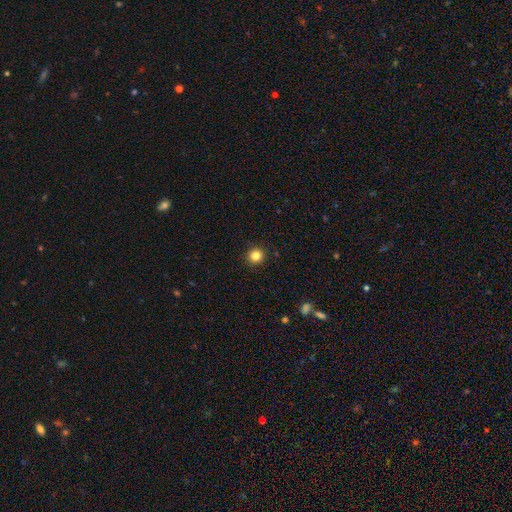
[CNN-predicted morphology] A smooth galaxy with no disk features (84%) that is round (93%).

Vote fractions:
- Smooth or featured? smooth: 84% / star or artifact: 11% / featured or disk: 5%
- How rounded? round: 93% / in between: 6% / cigar-shaped: 1%
- Merging? none: 93% / minor disturbance: 5% / major disturbance: 2% / merger: 1%